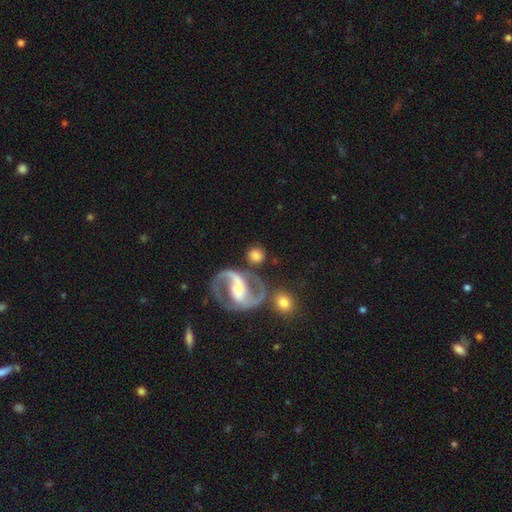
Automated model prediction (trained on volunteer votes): Morphology: type=featured or disk (46%, tied with smooth); merging=none (70%).